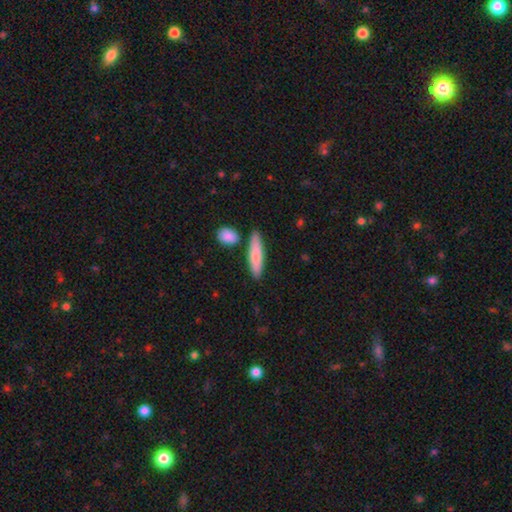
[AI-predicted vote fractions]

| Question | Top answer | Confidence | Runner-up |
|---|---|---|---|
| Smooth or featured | smooth | 80% | featured or disk (14%) |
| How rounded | cigar-shaped | 72% | in between (26%) |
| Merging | none | 78% | minor disturbance (12%) |